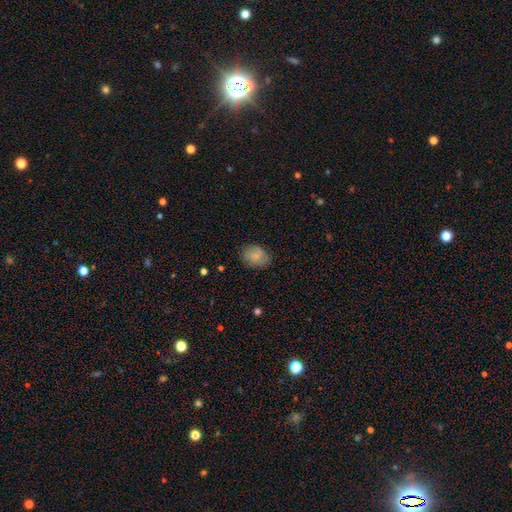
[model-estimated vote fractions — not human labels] This is likely a smooth galaxy (80%). How rounded: likely in between (63%). Merging: likely none (77%).